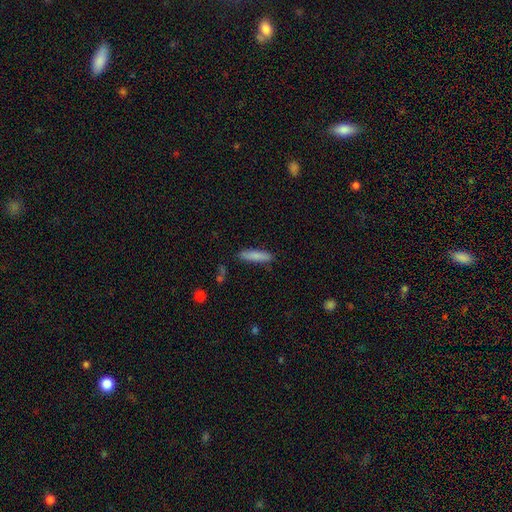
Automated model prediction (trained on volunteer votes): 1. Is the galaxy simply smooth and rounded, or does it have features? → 83% smooth, 10% featured or disk, 6% star or artifact.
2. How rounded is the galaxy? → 80% cigar-shaped, 18% in between, 1% round.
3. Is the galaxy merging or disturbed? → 85% none, 11% minor disturbance, 2% major disturbance, 2% merger.